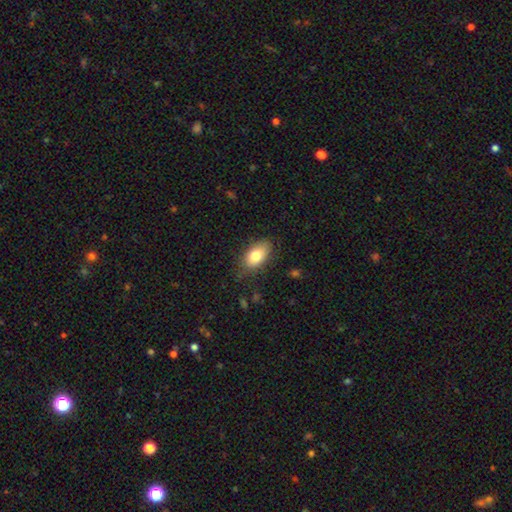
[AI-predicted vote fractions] Morphology: type=smooth (79%); roundness=in between (90%); merging=none (77%).